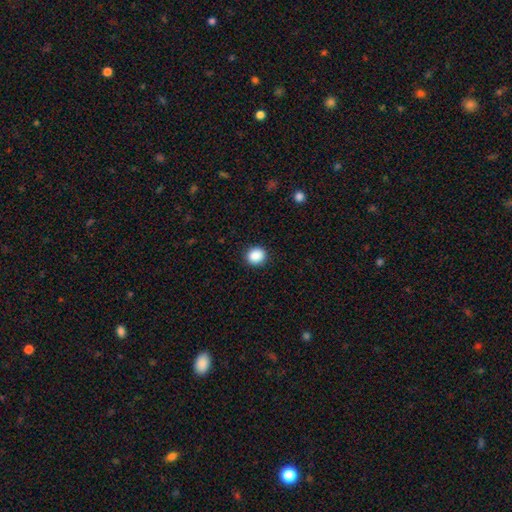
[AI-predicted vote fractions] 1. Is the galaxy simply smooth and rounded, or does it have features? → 89% smooth, 9% star or artifact, 2% featured or disk.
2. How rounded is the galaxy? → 80% round, 20% in between, 1% cigar-shaped.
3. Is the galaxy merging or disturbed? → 91% none, 6% minor disturbance, 2% major disturbance, 1% merger.